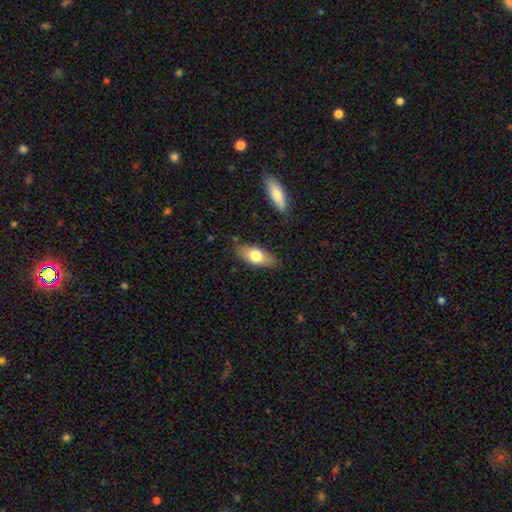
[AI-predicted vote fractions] Overall: smooth (70%). How rounded: in between (82%). Merging: none (81%).